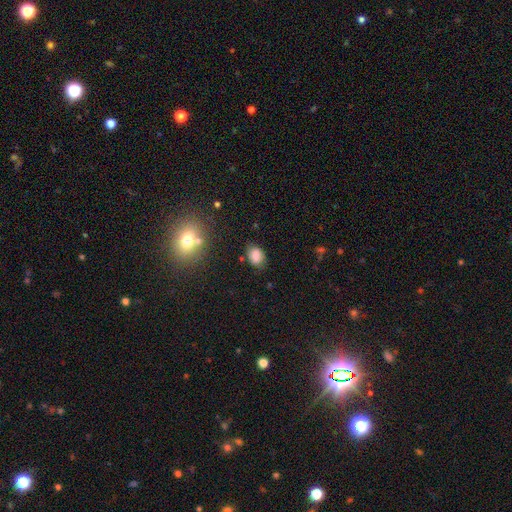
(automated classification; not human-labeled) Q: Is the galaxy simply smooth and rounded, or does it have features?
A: smooth — 81%.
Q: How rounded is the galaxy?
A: in between — 67%.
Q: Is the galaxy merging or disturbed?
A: none — 76%.